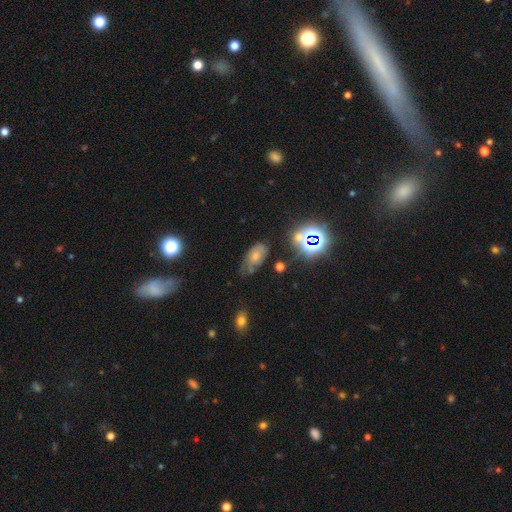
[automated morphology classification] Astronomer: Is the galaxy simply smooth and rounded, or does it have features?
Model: smooth — 51%.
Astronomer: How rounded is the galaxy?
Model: in between — 89%.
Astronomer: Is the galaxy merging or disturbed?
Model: none — 44% (runner-up: minor disturbance, 35%).